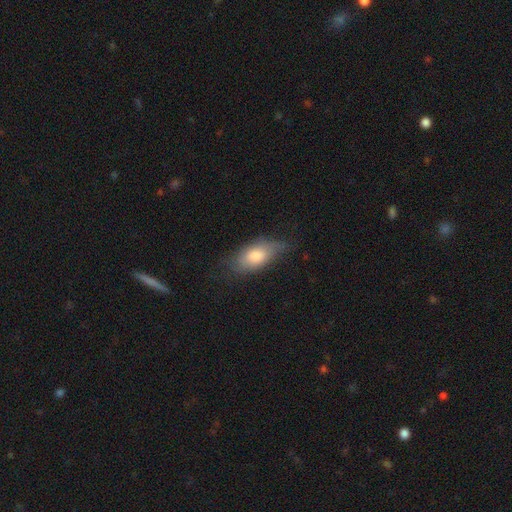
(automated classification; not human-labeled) smooth-or-featured: smooth: 74% | featured or disk: 19% | star or artifact: 7%
  how-rounded: in between: 86% | cigar-shaped: 10% | round: 4%
  merging: none: 57% | minor disturbance: 32% | major disturbance: 10% | merger: 2%